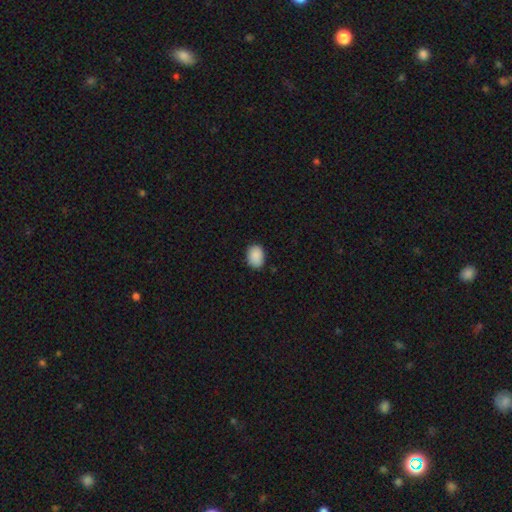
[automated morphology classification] Q: Smooth or featured?
A: smooth (90%); runner-up: star or artifact (8%)
Q: How rounded?
A: in between (72%); runner-up: round (27%)
Q: Merging?
A: none (83%); runner-up: minor disturbance (14%)